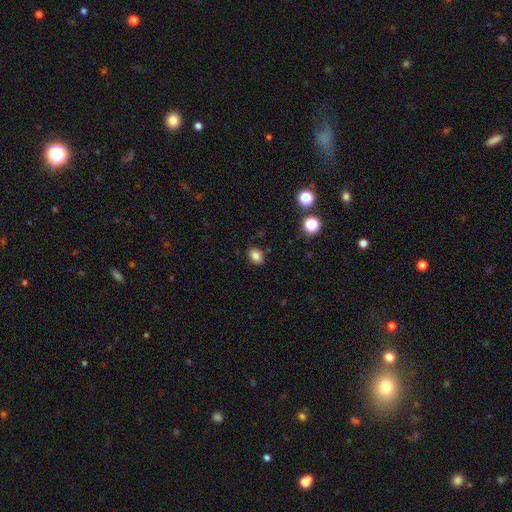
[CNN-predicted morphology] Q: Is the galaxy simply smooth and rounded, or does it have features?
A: smooth — 82%.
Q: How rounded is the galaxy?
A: in between — 67%.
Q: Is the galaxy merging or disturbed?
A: none — 85%.